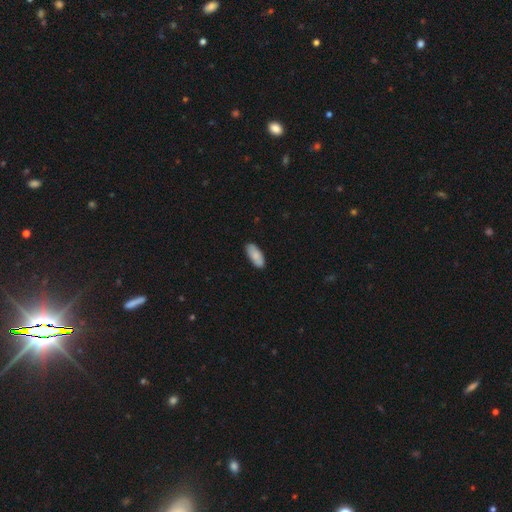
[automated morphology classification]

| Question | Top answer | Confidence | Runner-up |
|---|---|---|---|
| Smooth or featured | smooth | 82% | featured or disk (12%) |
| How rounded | in between | 85% | cigar-shaped (13%) |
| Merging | none | 86% | minor disturbance (11%) |